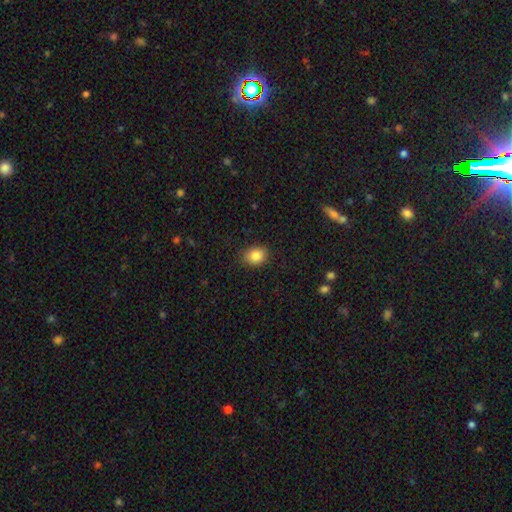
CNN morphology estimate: Q: Smooth or featured?
A: smooth (86%); runner-up: star or artifact (9%)
Q: How rounded?
A: in between (57%); runner-up: round (42%)
Q: Merging?
A: none (86%); runner-up: minor disturbance (10%)